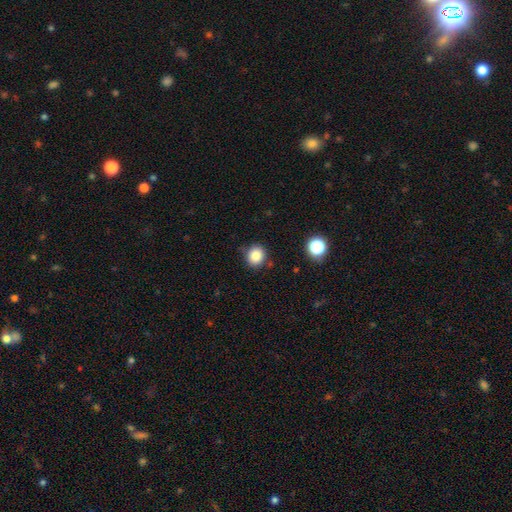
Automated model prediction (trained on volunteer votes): smooth-or-featured: smooth: 84% | star or artifact: 11% | featured or disk: 5%
  how-rounded: round: 79% | in between: 20% | cigar-shaped: 1%
  merging: none: 83% | minor disturbance: 11% | major disturbance: 3% | merger: 3%